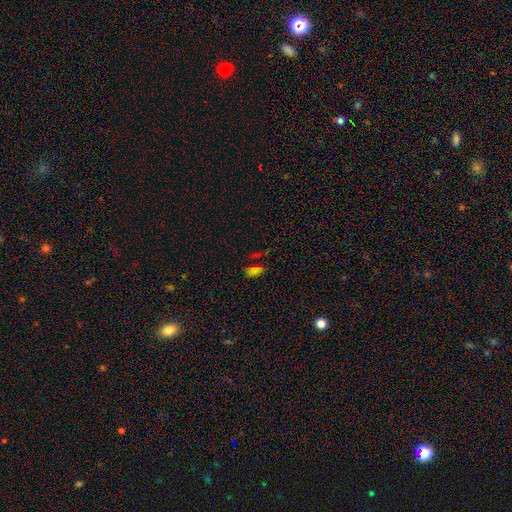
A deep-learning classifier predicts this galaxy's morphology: The model was most divided on "smooth or featured": smooth: 57%, star or artifact: 34%, featured or disk: 9%. More confident: how rounded — in between (74%); merging — none (64%).